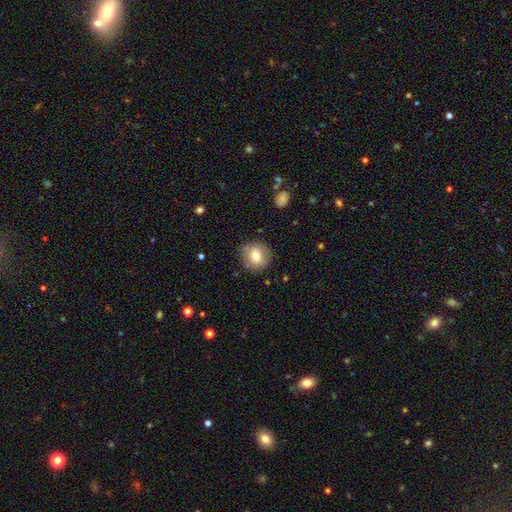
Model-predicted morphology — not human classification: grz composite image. It shows a smooth galaxy with no disk features (73%) that is round (84%). Merging: none (81%).